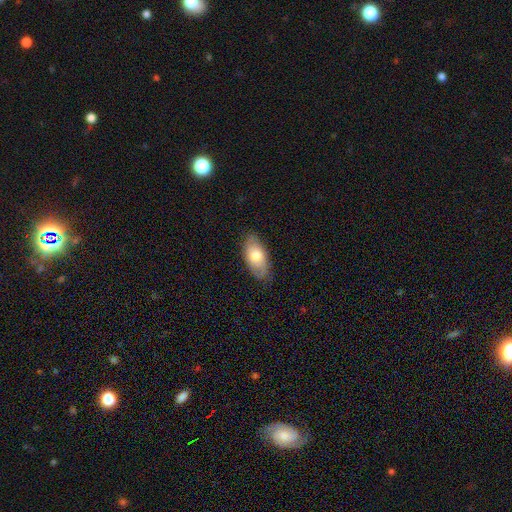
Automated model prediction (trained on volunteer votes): Smooth or featured: smooth — 70% (featured or disk — 23%)
How rounded: in between — 92% (cigar-shaped — 5%)
Merging: none — 79% (minor disturbance — 17%)